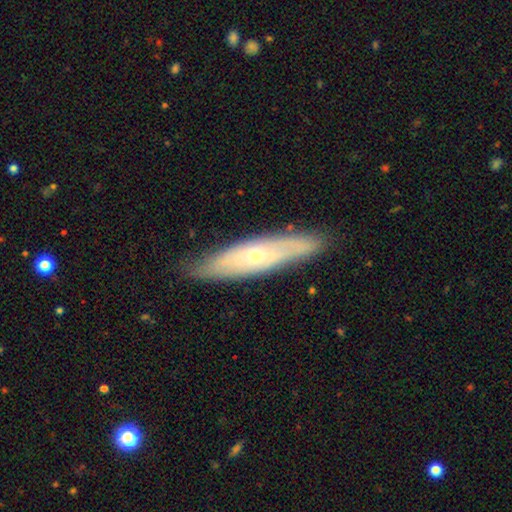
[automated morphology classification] type=featured or disk (62%); edge-on=no (52%); merging=none (83%).